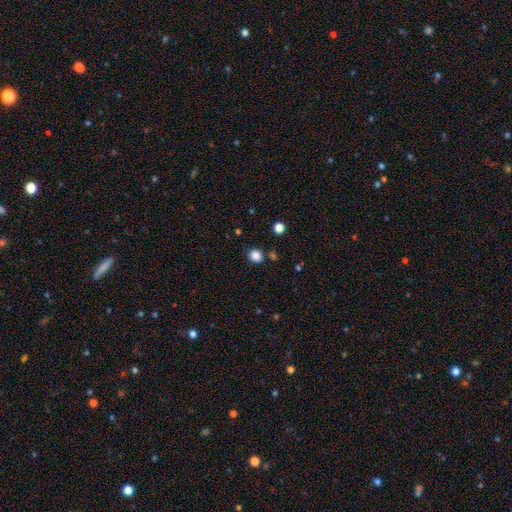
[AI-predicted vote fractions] This is clearly a smooth galaxy (84%). How rounded: likely round (72%). Merging: clearly none (82%).